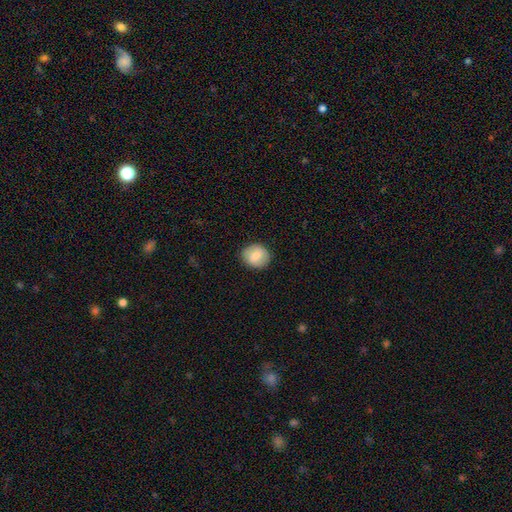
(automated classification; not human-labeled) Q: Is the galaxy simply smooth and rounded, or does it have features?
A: smooth — 76%.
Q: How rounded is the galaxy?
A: round — 78%.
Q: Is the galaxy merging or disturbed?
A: none — 86%.